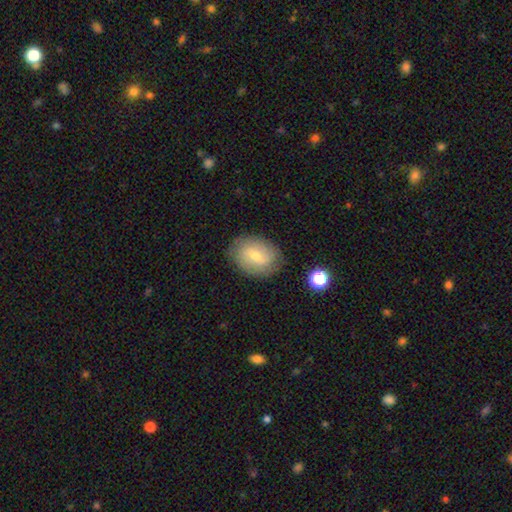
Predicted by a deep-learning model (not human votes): Smooth or featured: featured or disk — 48% (smooth — 43%)
Merging: none — 82% (minor disturbance — 13%)